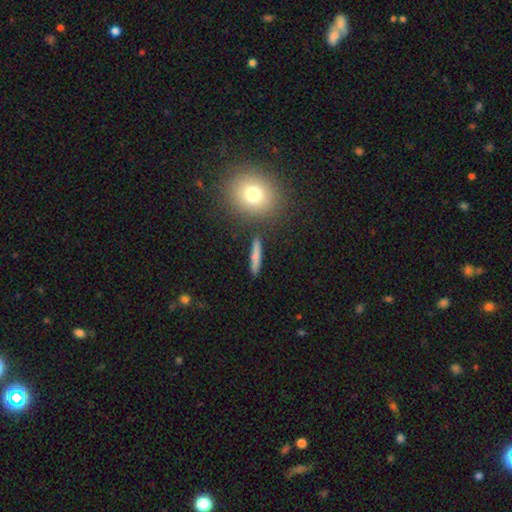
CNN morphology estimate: A smooth galaxy with no disk features (73%) that is cigar-shaped (87%).

Vote fractions:
- Smooth or featured? smooth: 73% / featured or disk: 19% / star or artifact: 8%
- How rounded? cigar-shaped: 87% / in between: 9% / round: 4%
- Merging? none: 86% / minor disturbance: 8% / merger: 4% / major disturbance: 2%